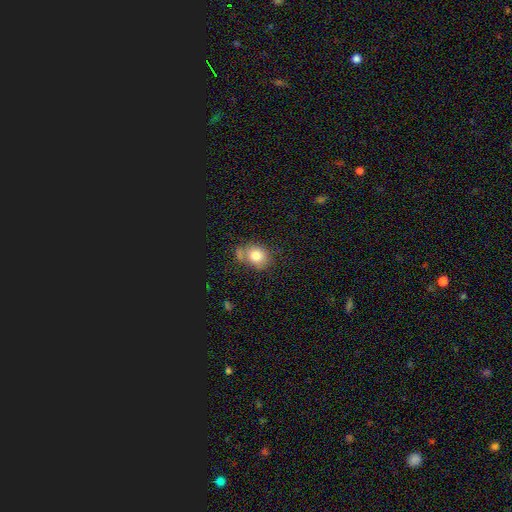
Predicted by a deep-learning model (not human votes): Q: Smooth or featured?
A: smooth (79%); runner-up: featured or disk (11%)
Q: How rounded?
A: round (57%); runner-up: in between (42%)
Q: Merging?
A: none (55%); runner-up: minor disturbance (23%)